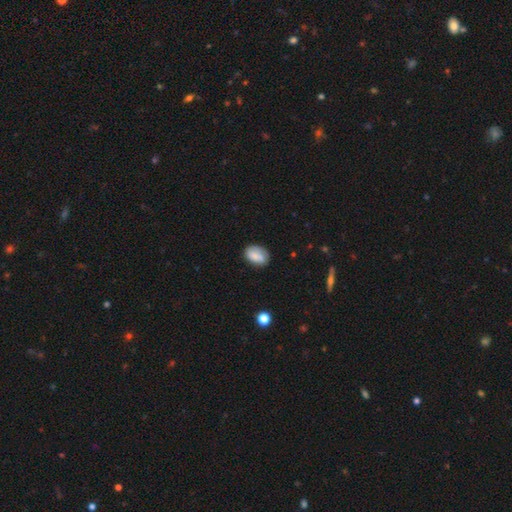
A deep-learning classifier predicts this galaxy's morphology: Q: Smooth or featured?
A: smooth (80%); runner-up: featured or disk (12%)
Q: How rounded?
A: in between (84%); runner-up: round (15%)
Q: Merging?
A: none (72%); runner-up: minor disturbance (21%)